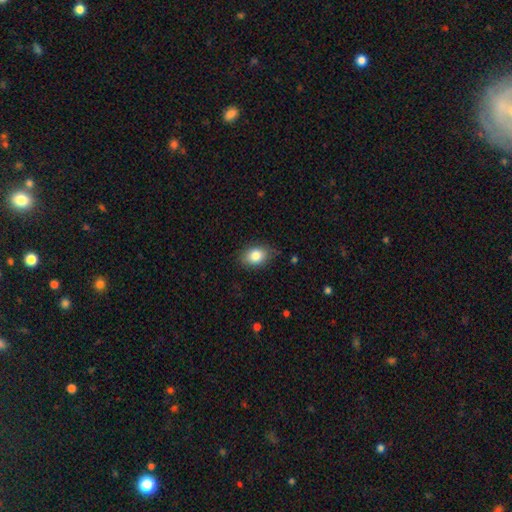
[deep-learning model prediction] Smooth or featured: smooth — 83% (star or artifact — 8%)
How rounded: in between — 73% (round — 26%)
Merging: none — 82% (minor disturbance — 14%)